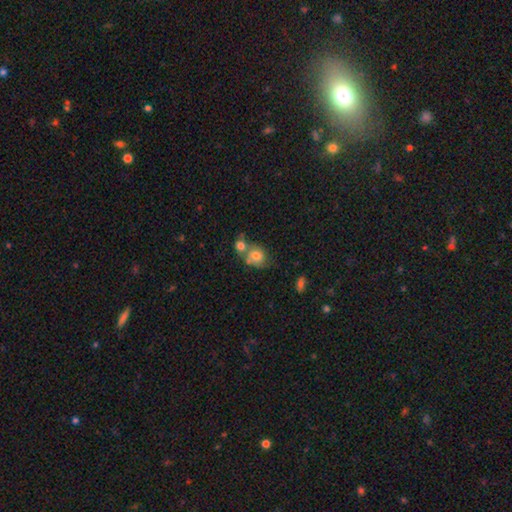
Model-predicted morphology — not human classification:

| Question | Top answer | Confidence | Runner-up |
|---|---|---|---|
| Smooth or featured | smooth | 71% | featured or disk (19%) |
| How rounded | round | 58% | in between (41%) |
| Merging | merger | 44% | none (35%) |